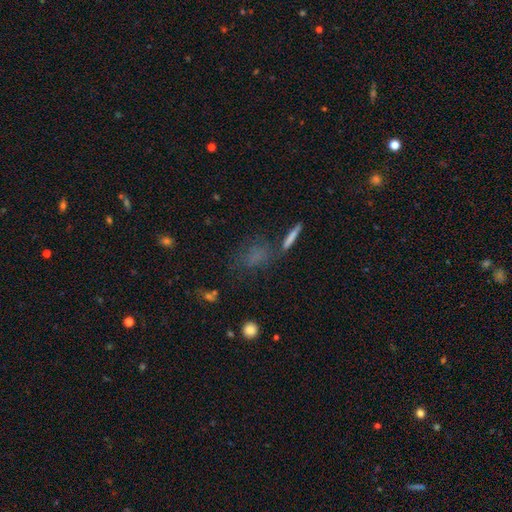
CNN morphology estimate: type=smooth (58%); roundness=in between (56%); merging=none (58%).